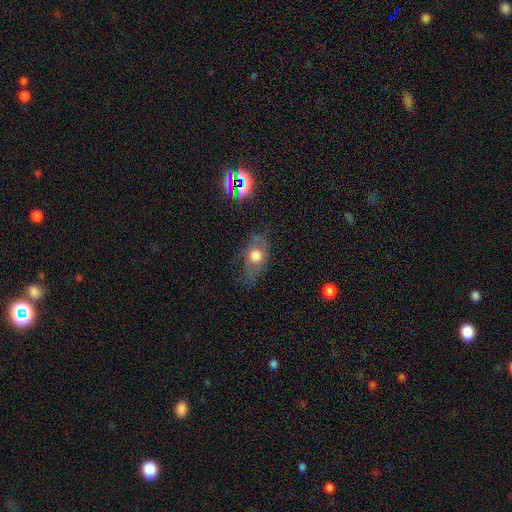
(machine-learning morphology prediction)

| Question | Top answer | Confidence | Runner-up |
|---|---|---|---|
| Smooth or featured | smooth | 46% | featured or disk (42%) |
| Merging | none | 58% | minor disturbance (24%) |